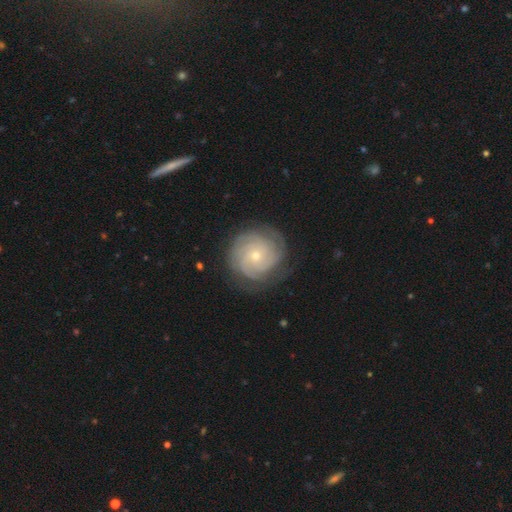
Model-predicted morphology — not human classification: smooth_or_featured: featured or disk (p=0.80) [alt: smooth p=0.14]
disk_edge_on: no (p=0.98) [alt: yes p=0.02]
bar: no (p=0.80) [alt: weak p=0.17]
has_spiral_arms: yes (p=0.95) [alt: no p=0.05]
spiral_winding: tight (p=0.76) [alt: medium p=0.19]
spiral_arm_count: can't tell (p=0.31) [alt: 3 p=0.24]
bulge_size: small (p=0.71) [alt: moderate p=0.26]
merging: none (p=0.78) [alt: minor disturbance p=0.15]